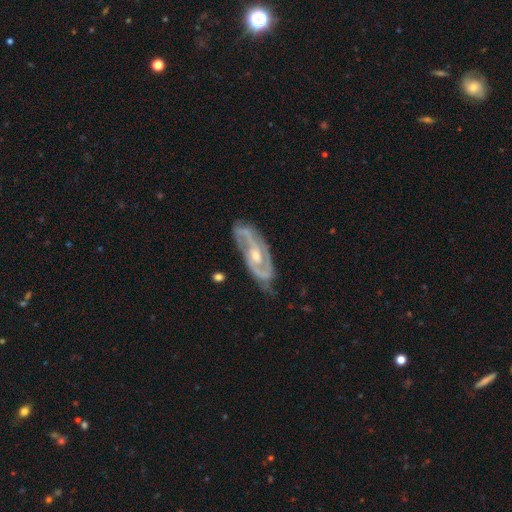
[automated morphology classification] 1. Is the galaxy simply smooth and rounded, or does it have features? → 90% featured or disk, 6% smooth, 4% star or artifact.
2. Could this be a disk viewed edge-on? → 93% no, 7% yes.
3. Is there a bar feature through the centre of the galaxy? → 45% no, 40% weak, 15% strong.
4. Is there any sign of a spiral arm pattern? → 97% yes, 3% no.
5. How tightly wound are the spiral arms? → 50% medium, 37% tight, 13% loose.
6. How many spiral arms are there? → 85% 2, 6% can't tell, 5% 3, 2% 1, 1% 4, 1% more than 4.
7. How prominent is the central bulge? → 60% moderate, 35% small, 2% large, 1% none, 1% dominant.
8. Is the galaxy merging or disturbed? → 74% none, 19% minor disturbance, 5% major disturbance, 2% merger.